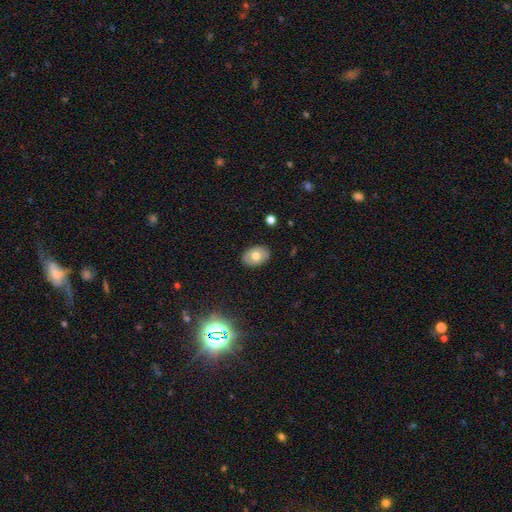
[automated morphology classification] Smooth or featured? smooth (68%)
How rounded? in between (80%)
Merging? none (88%)